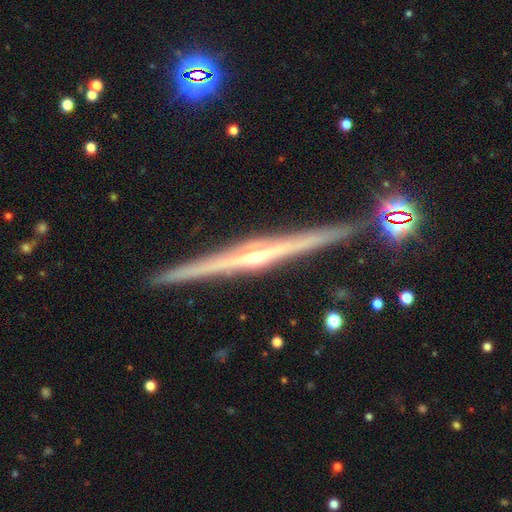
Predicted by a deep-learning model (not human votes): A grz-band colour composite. It shows a featured or disk galaxy (87%) viewed edge-on (98%) with a rounded central bulge (74%). Merging: none (91%).